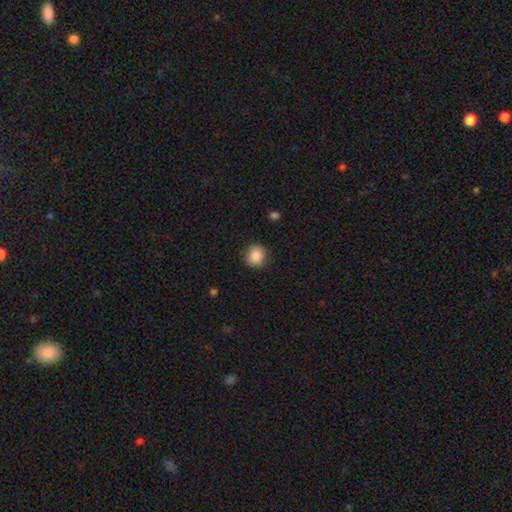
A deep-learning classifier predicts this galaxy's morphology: This is clearly a smooth galaxy (87%). How rounded: clearly round (88%). Merging: clearly none (89%).